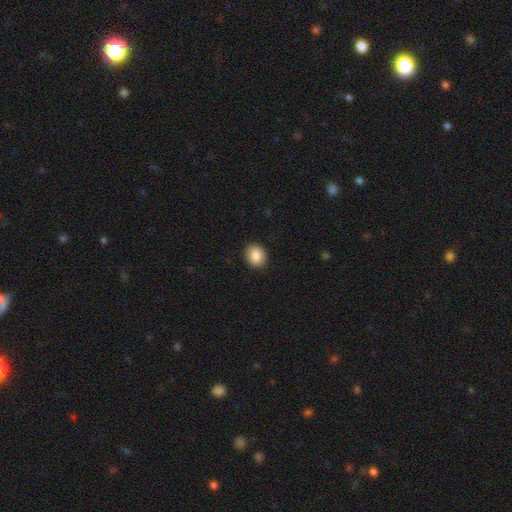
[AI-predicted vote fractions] smooth 85%, star or artifact 8%, featured or disk 7%. Down the decision tree: how rounded — round (57%); merging — none (91%).